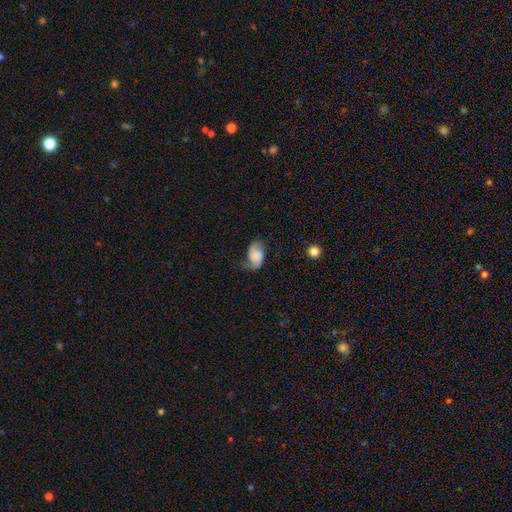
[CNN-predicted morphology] smooth_or_featured: featured or disk (p=0.58) [alt: smooth p=0.34]
disk_edge_on: no (p=0.97) [alt: yes p=0.03]
bar: no (p=0.64) [alt: weak p=0.29]
has_spiral_arms: yes (p=0.92) [alt: no p=0.08]
spiral_winding: loose (p=0.45) [alt: medium p=0.38]
spiral_arm_count: 2 (p=0.86) [alt: 1 p=0.06]
bulge_size: none (p=0.43) [alt: small p=0.19]
merging: none (p=0.56) [alt: minor disturbance p=0.27]